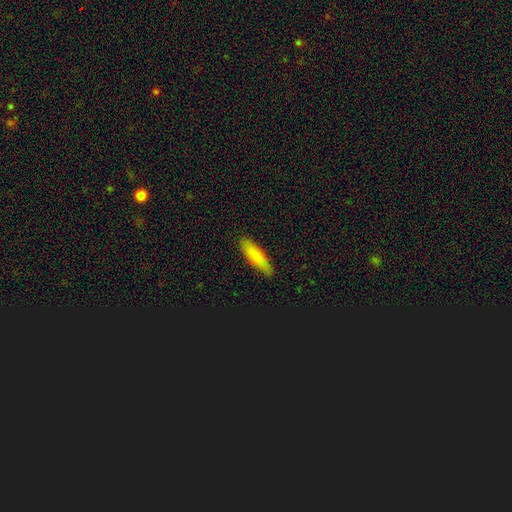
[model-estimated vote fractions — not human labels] A smooth galaxy with no disk features (79%) that is cigar-shaped (65%).

Vote fractions:
- Smooth or featured? smooth: 79% / featured or disk: 14% / star or artifact: 7%
- How rounded? cigar-shaped: 65% / in between: 33% / round: 2%
- Merging? none: 87% / minor disturbance: 10% / major disturbance: 2% / merger: 1%